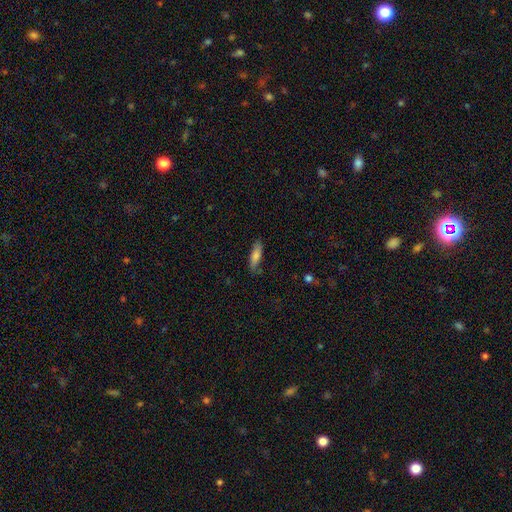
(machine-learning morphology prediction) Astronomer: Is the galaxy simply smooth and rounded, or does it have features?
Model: smooth — 71%.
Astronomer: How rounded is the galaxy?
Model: cigar-shaped — 58% (runner-up: in between, 40%).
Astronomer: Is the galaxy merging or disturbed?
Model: none — 75%.